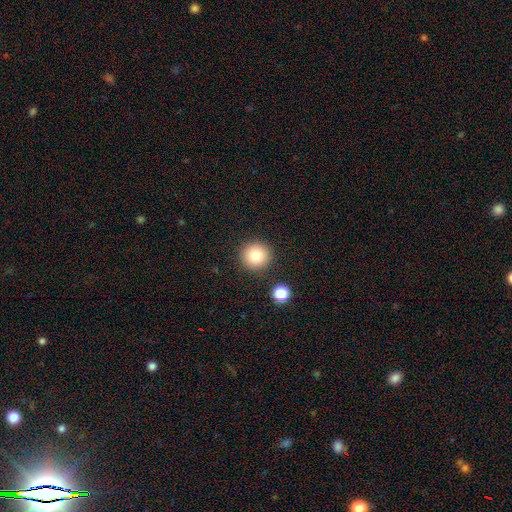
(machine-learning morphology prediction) Q: Smooth or featured?
A: smooth (80%); runner-up: star or artifact (11%)
Q: How rounded?
A: round (95%); runner-up: in between (4%)
Q: Merging?
A: none (88%); runner-up: minor disturbance (6%)